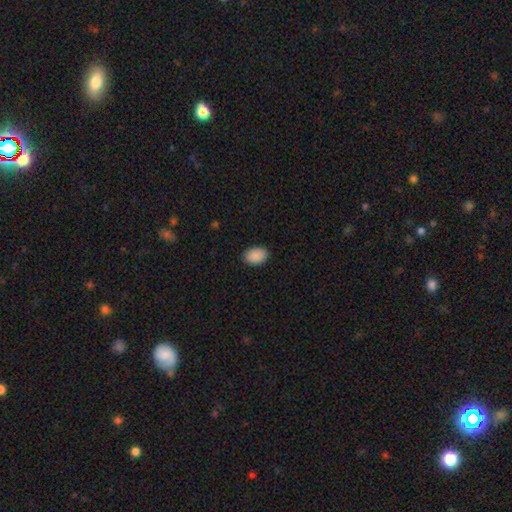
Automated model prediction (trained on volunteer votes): Overall: smooth (90%). How rounded: in between (85%). Merging: none (89%).